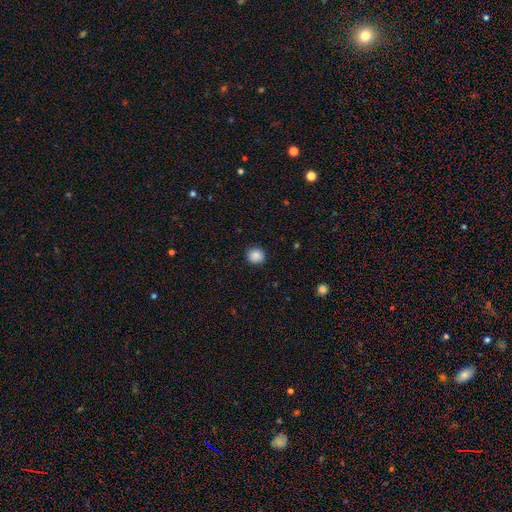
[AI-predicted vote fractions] Smooth or featured? smooth (87%)
How rounded? round (89%)
Merging? none (91%)